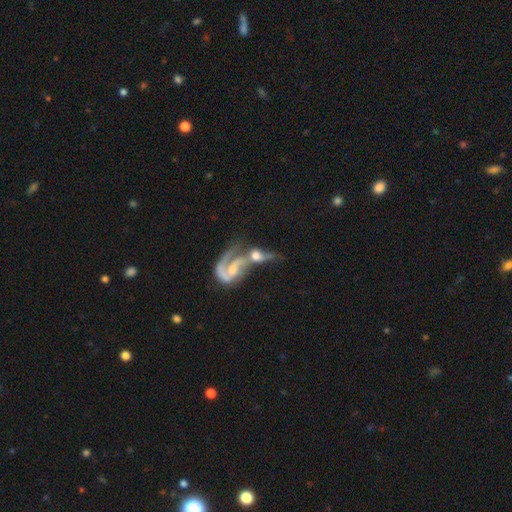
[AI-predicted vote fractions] Q: Smooth or featured?
A: featured or disk (70%); runner-up: smooth (23%)
Q: Edge-on disk?
A: no (93%); runner-up: yes (7%)
Q: Bar?
A: no (50%); runner-up: weak (36%)
Q: Spiral arms?
A: yes (81%); runner-up: no (19%)
Q: Spiral winding?
A: loose (49%); runner-up: medium (34%)
Q: Spiral arm count?
A: 2 (52%); runner-up: 1 (35%)
Q: Bulge size?
A: moderate (46%); runner-up: small (33%)
Q: Merging?
A: merger (70%); runner-up: none (12%)